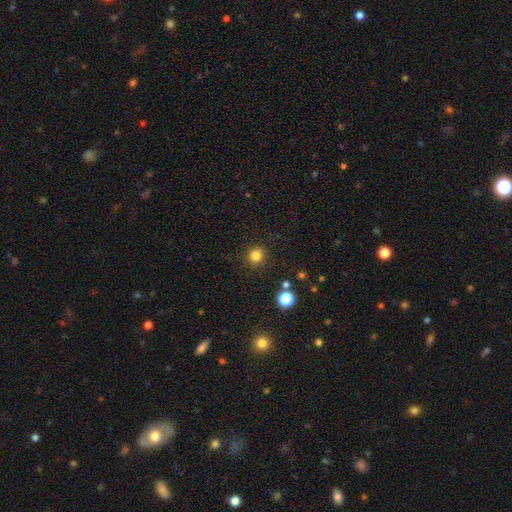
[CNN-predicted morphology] Smooth or featured? smooth (83%)
How rounded? round (89%)
Merging? none (90%)